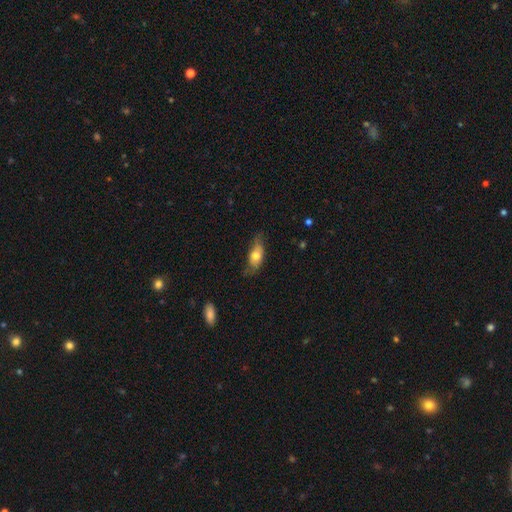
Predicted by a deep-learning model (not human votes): smooth-or-featured: smooth: 66% | featured or disk: 27% | star or artifact: 7%
  how-rounded: in between: 76% | cigar-shaped: 20% | round: 4%
  merging: none: 64% | minor disturbance: 28% | major disturbance: 7% | merger: 2%